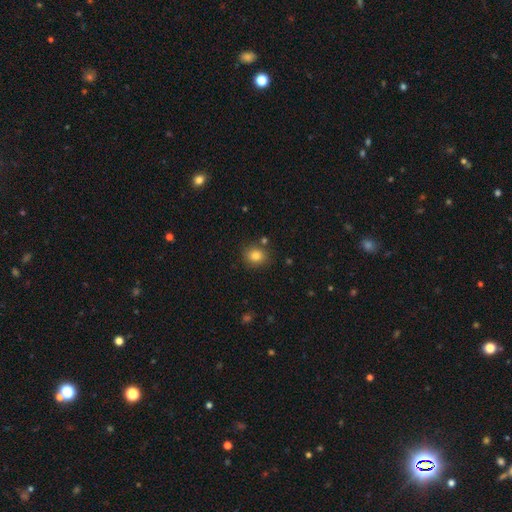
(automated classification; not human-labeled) Smooth or featured: smooth — 83% (star or artifact — 11%)
How rounded: round — 73% (in between — 26%)
Merging: none — 82% (minor disturbance — 10%)